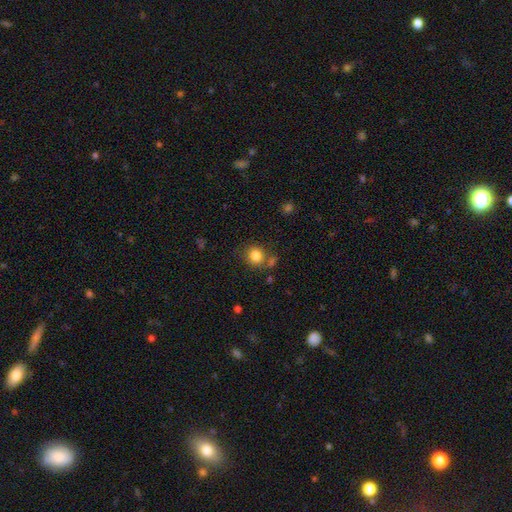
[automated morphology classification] smooth 83%, star or artifact 11%, featured or disk 7%. Down the decision tree: how rounded — round (82%); merging — none (71%).